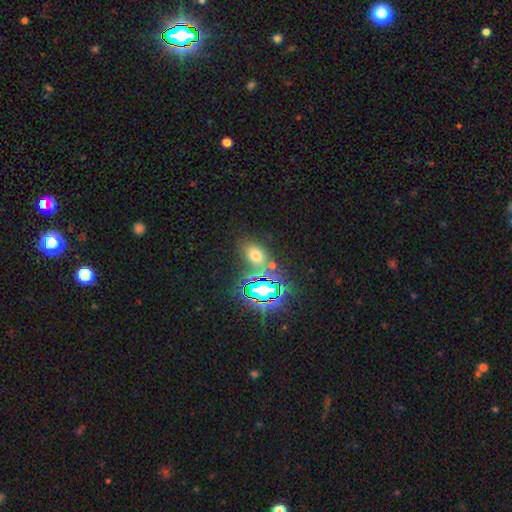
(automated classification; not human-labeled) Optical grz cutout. It shows a smooth galaxy with no disk features (54%) that is in between round and cigar-shaped (74%). Merging: none (71%).